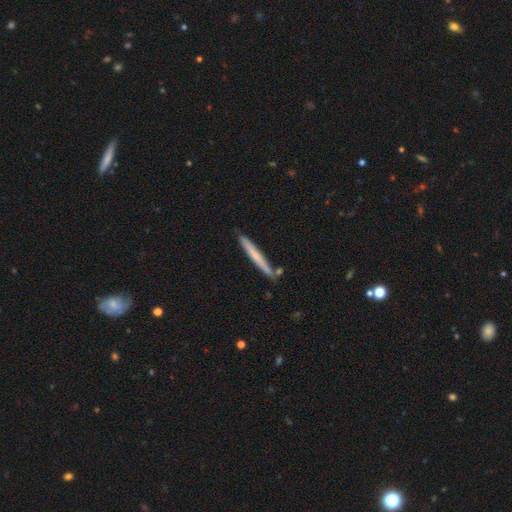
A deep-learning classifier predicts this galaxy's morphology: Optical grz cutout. It shows a smooth galaxy with no disk features (59%) that is cigar-shaped (97%). Merging: none (84%).